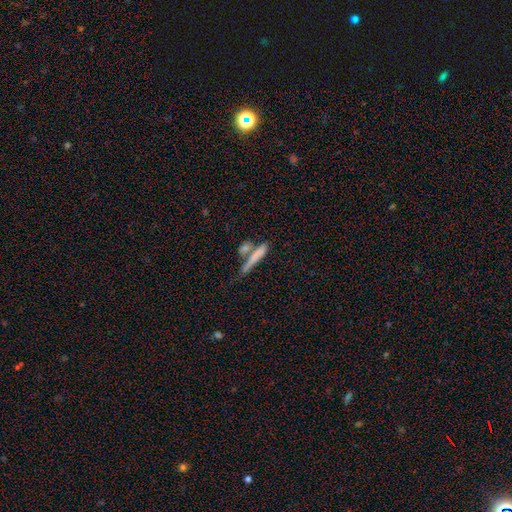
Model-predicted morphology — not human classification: Smooth or featured?
  - smooth: 69% *
  - featured or disk: 23%
  - star or artifact: 8%
How rounded?
  - cigar-shaped: 84% *
  - in between: 13%
  - round: 3%
Merging?
  - none: 47% *
  - merger: 34%
  - minor disturbance: 13%
  - major disturbance: 6%